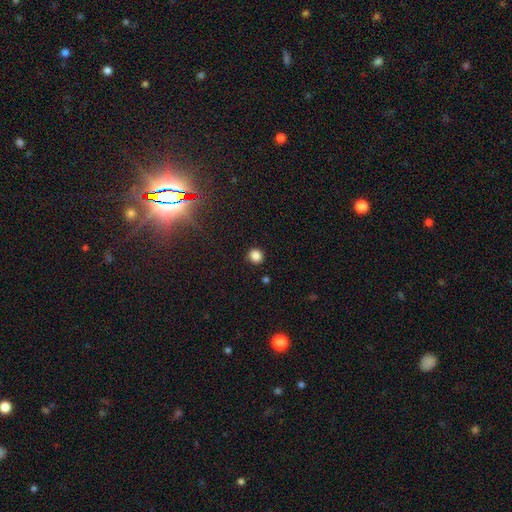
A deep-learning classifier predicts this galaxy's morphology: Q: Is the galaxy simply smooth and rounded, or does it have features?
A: smooth — 85%.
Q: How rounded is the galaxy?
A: round — 88%.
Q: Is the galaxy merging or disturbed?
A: none — 90%.